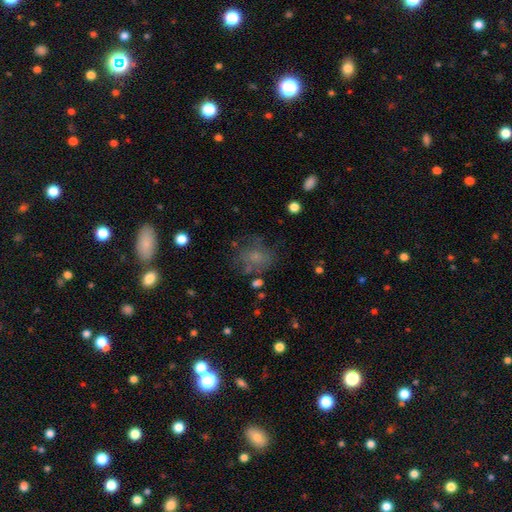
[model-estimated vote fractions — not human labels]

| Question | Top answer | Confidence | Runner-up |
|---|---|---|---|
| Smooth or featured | smooth | 48% | featured or disk (31%) |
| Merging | none | 63% | minor disturbance (19%) |